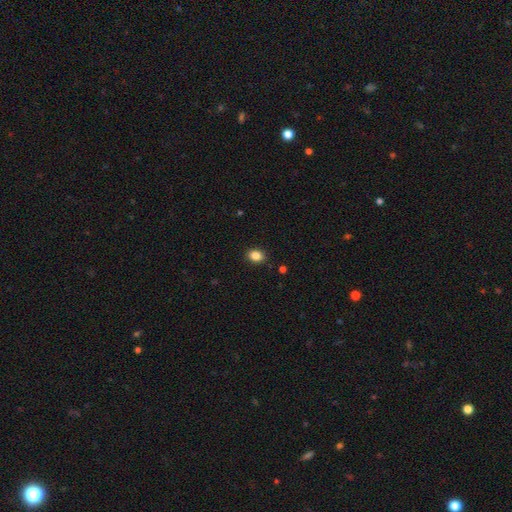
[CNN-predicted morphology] smooth-or-featured: smooth: 86% | star or artifact: 10% | featured or disk: 5%
  how-rounded: in between: 63% | round: 36% | cigar-shaped: 1%
  merging: none: 89% | minor disturbance: 8% | major disturbance: 2% | merger: 1%